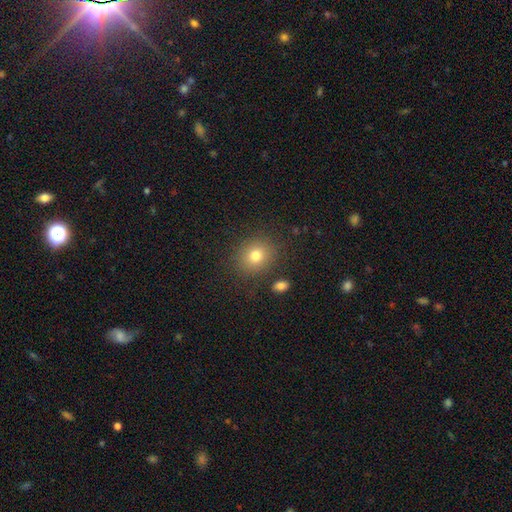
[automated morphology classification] Smooth or featured? smooth (78%)
How rounded? round (71%)
Merging? none (84%)